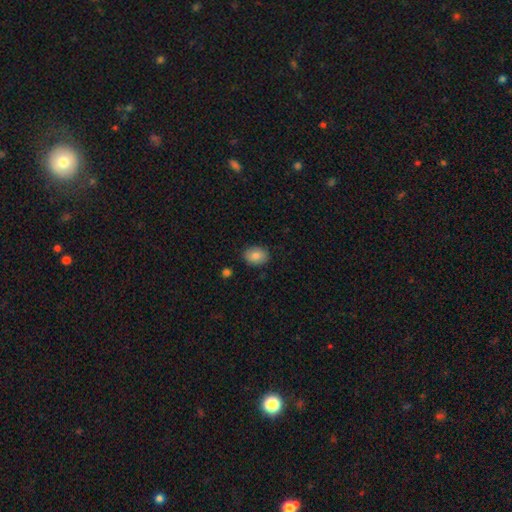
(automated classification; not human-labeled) Smooth or featured: smooth — 84% (featured or disk — 8%)
How rounded: in between — 69% (round — 30%)
Merging: none — 87% (minor disturbance — 10%)